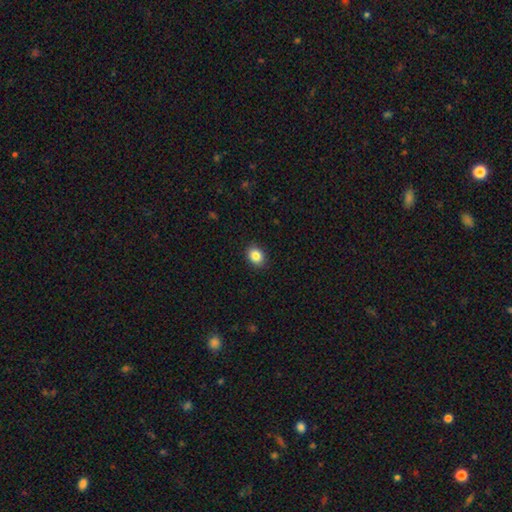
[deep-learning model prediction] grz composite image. It shows a smooth galaxy with no disk features (85%) that is in between round and cigar-shaped (56%). Merging: none (90%).